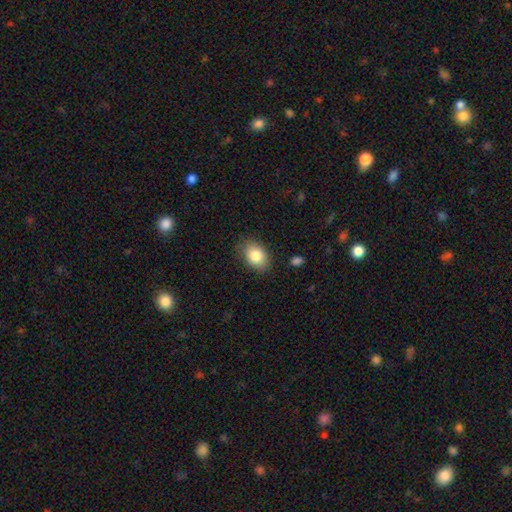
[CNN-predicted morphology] Overall: smooth (84%). How rounded: in between (78%). Merging: none (82%).